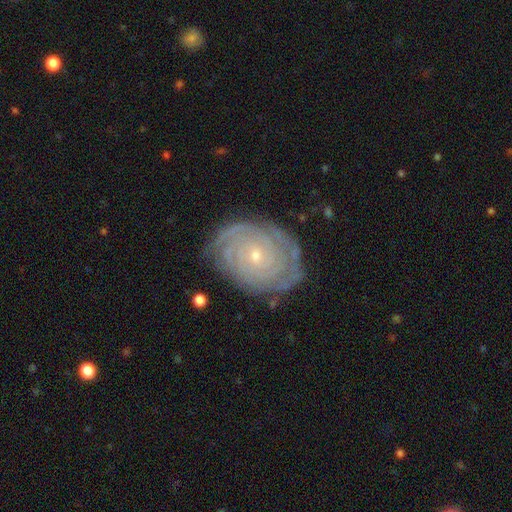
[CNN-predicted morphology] Smooth or featured? featured or disk (85%)
Edge-on disk? no (97%)
Bar? no (79%)
Spiral arms? yes (96%)
Spiral winding? tight (86%)
Spiral arm count? can't tell (34%)
Bulge size? small (78%)
Merging? none (80%)